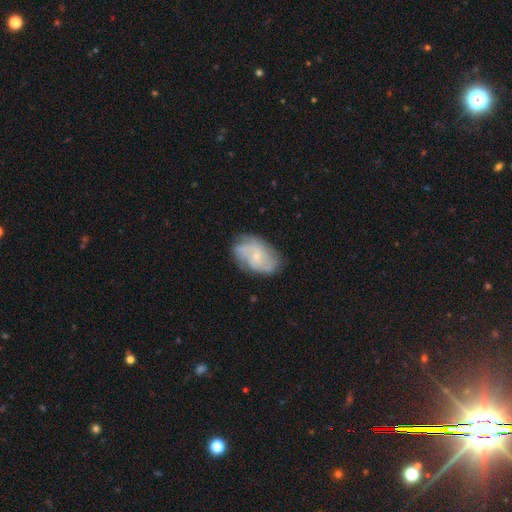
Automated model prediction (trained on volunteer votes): This is likely a featured or disk galaxy (65%). It is clearly not viewed edge-on (97%). Bar: likely no (70%). Spiral arm pattern: clearly yes (86%). Spiral arm count: marginally can't tell (38%). Spiral winding: marginally medium (40%, tied with tight). Central bulge: likely small (70%). Merging: likely none (68%).